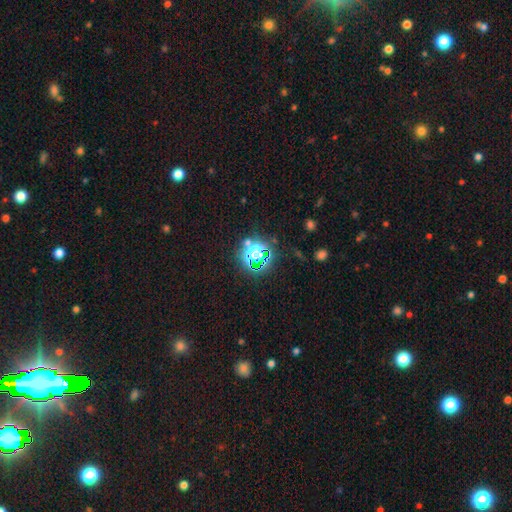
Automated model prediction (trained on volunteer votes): This is likely a star or artifact rather than a galaxy (65%).